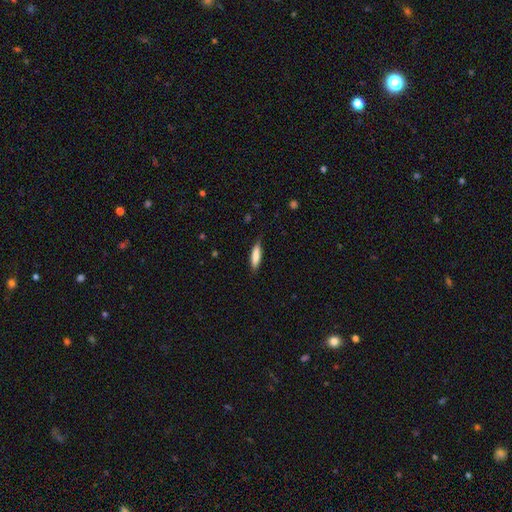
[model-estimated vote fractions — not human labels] Overall: smooth (83%). How rounded: cigar-shaped (68%; in between 31%). Merging: none (82%).